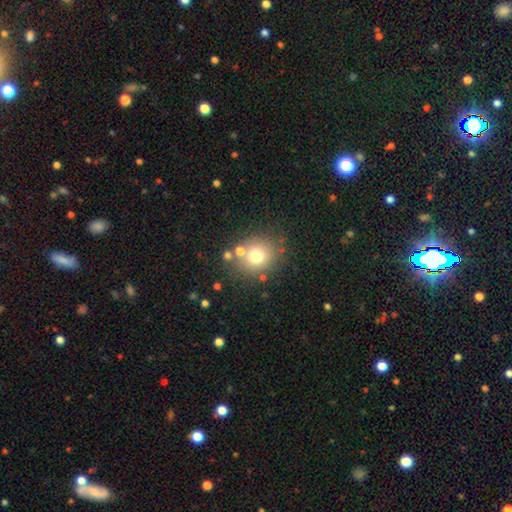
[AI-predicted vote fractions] This appears to be a smooth galaxy with no disk features (72%) that is round (79%). Merging: none (74%).